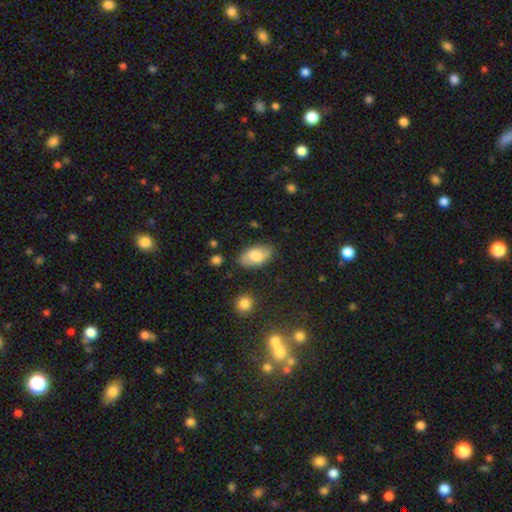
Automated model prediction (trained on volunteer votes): Morphology: type=smooth (70%); roundness=in between (93%); merging=none (76%).